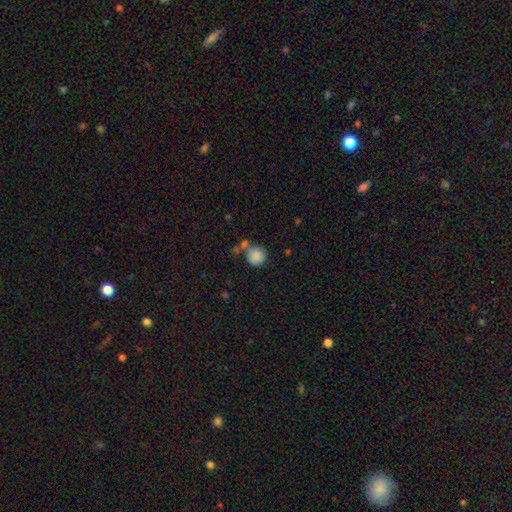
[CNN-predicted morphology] The model was most divided on "merging": none: 59%, merger: 21%, minor disturbance: 15%, major disturbance: 6%. More confident: how rounded — round (89%); smooth or featured — smooth (86%).